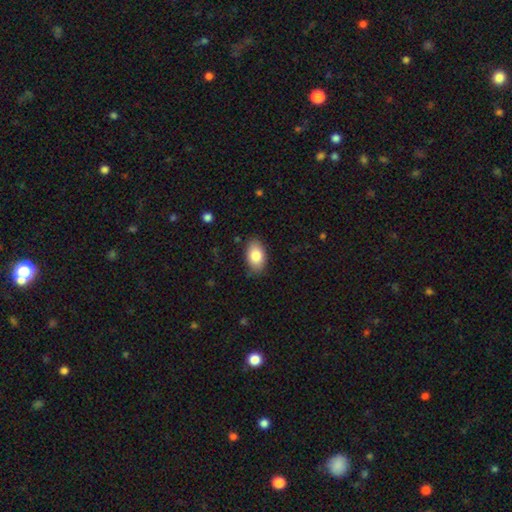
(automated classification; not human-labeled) smooth_or_featured: smooth (p=0.83) [alt: featured or disk p=0.10]
how_rounded: in between (p=0.92) [alt: round p=0.07]
merging: none (p=0.83) [alt: minor disturbance p=0.13]